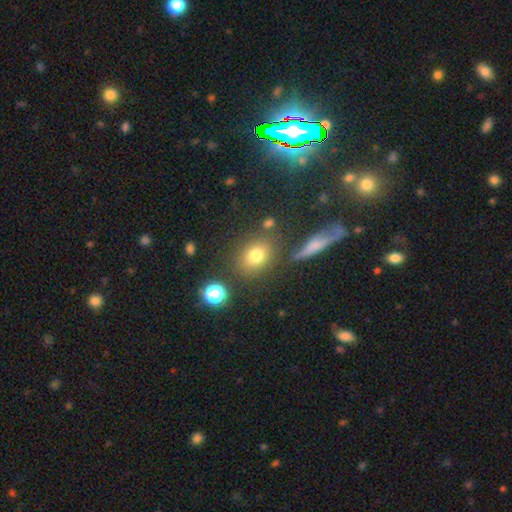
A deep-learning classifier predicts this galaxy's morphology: smooth-or-featured: smooth: 73% | star or artifact: 16% | featured or disk: 11%
  how-rounded: round: 55% | in between: 42% | cigar-shaped: 3%
  merging: none: 77% | minor disturbance: 12% | merger: 7% | major disturbance: 5%